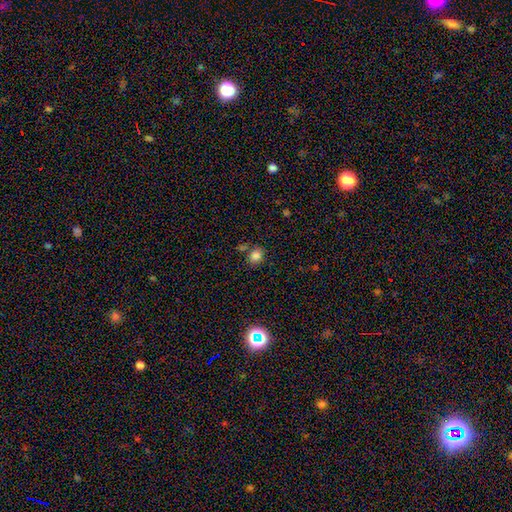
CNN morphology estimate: This appears to be a smooth galaxy with no disk features (82%) that is round (52%). Merging: none (72%).